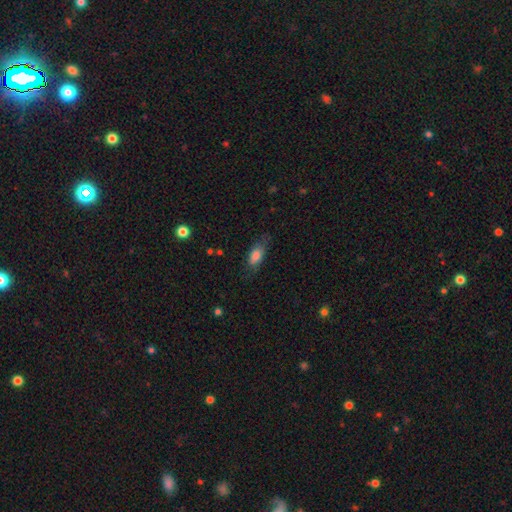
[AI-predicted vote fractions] Overall: smooth (76%). How rounded: in between (80%). Merging: none (64%; minor disturbance 25%).